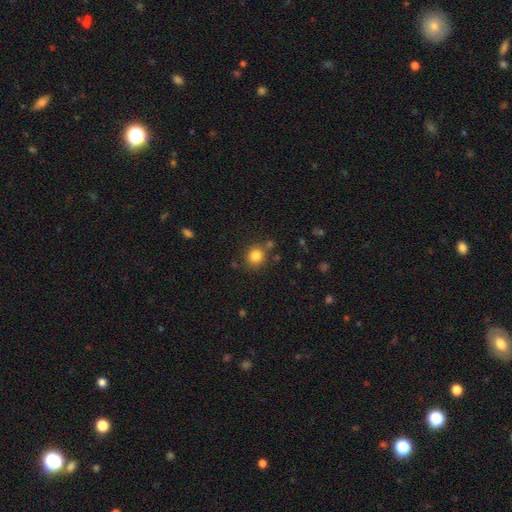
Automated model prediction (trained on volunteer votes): smooth 82%, star or artifact 12%, featured or disk 6%. Down the decision tree: how rounded — round (88%); merging — none (81%).